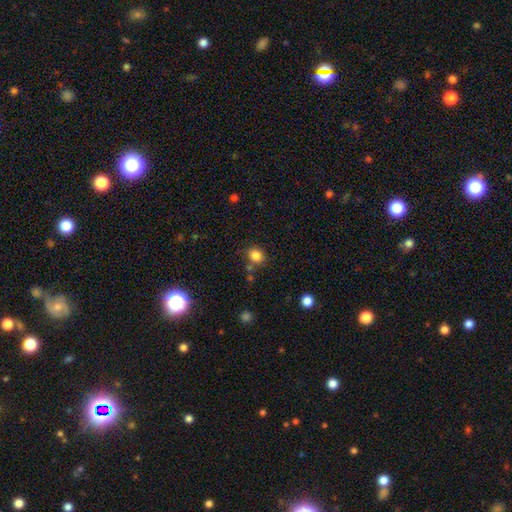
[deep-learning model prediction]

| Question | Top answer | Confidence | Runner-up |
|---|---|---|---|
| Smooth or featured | smooth | 84% | star or artifact (12%) |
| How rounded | round | 67% | in between (32%) |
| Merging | none | 74% | minor disturbance (13%) |